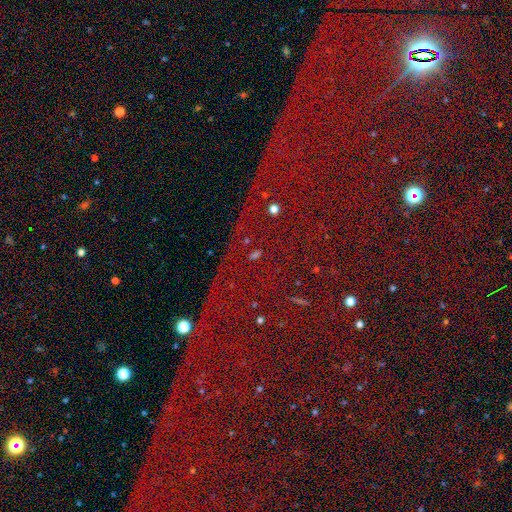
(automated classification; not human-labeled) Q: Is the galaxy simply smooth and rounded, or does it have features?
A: star or artifact — 85%.